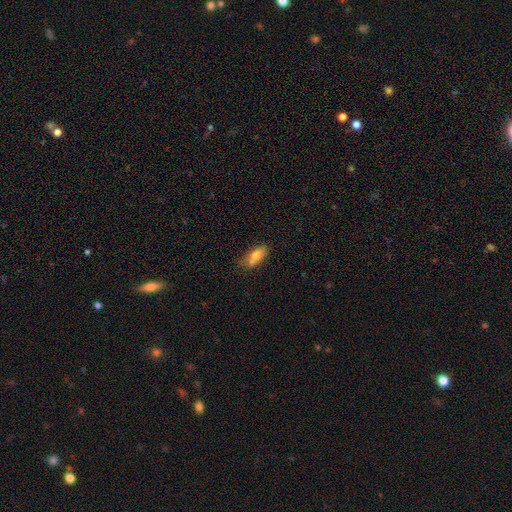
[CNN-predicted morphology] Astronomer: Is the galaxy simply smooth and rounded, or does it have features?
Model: smooth — 73%.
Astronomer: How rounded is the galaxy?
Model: in between — 76%.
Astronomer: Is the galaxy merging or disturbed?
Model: none — 61%.